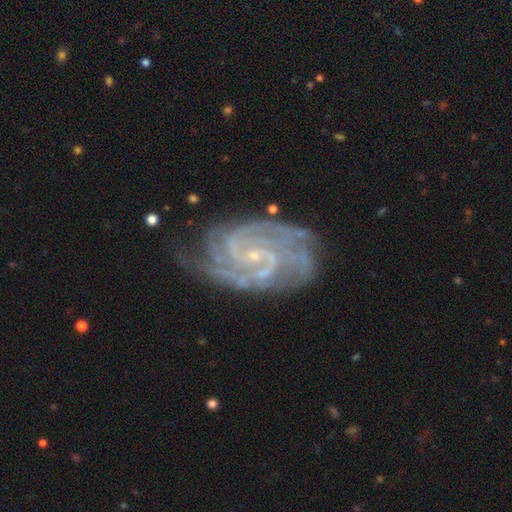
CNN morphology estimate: A featured or disk galaxy (92%) with no bar (44%), 2 (32%) tight (62%) spiral arms (99%) and a small central bulge (85%). Merging: none (71%).